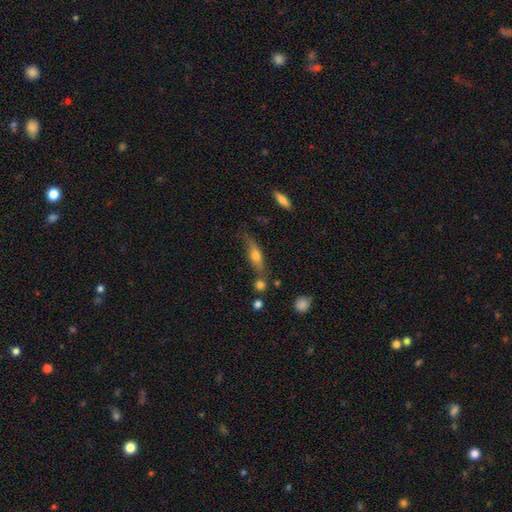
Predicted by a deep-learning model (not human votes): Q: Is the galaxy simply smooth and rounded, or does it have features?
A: smooth — 54%.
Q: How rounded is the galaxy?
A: cigar-shaped — 55%.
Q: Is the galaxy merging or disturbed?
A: none — 59%.